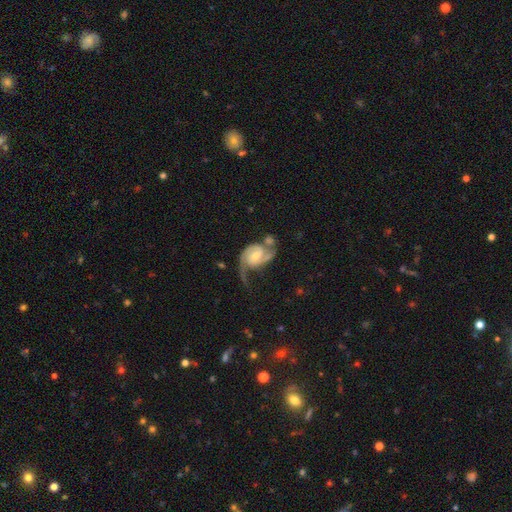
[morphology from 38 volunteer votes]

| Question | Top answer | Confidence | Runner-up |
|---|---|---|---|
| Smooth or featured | featured or disk | 95% | smooth (3%) |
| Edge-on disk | no | 97% | yes (3%) |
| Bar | weak | 51% | no (40%) |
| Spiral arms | yes | 100% | — |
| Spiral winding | medium | 40% | loose (37%) |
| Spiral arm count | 2 | 91% | 1 (6%) |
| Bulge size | moderate | 63% | small (29%) |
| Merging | merger | 35% | major disturbance (24%) |